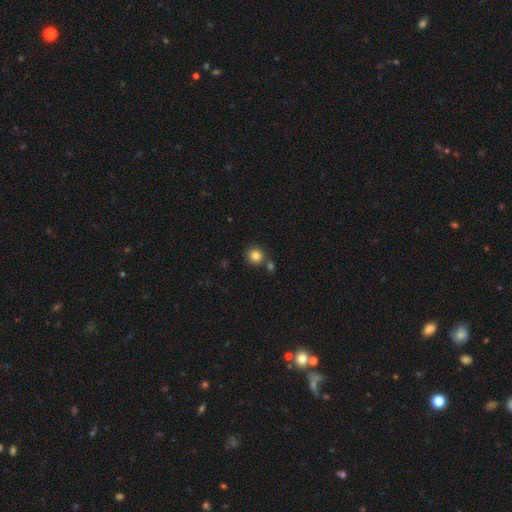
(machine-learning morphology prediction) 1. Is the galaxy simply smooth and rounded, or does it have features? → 83% smooth, 11% star or artifact, 6% featured or disk.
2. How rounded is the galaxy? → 92% round, 7% in between, 1% cigar-shaped.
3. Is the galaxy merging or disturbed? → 74% none, 15% merger, 9% minor disturbance, 3% major disturbance.